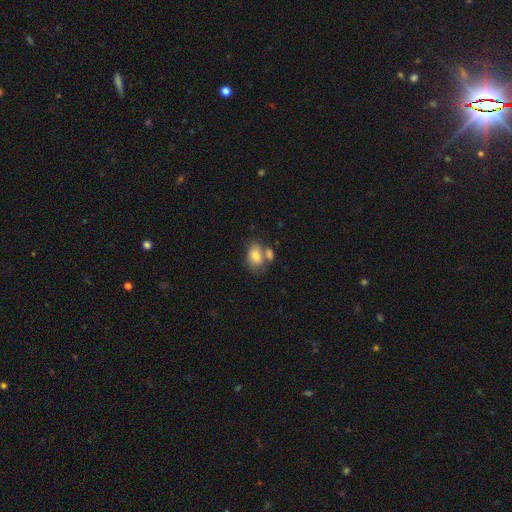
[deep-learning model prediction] A smooth galaxy with no disk features (77%) that is in between round and cigar-shaped (84%). Merging: none (41%).